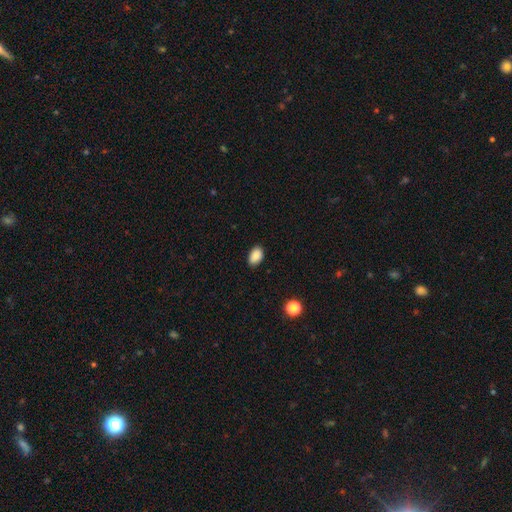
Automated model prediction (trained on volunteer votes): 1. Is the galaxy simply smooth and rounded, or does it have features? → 89% smooth, 8% star or artifact, 3% featured or disk.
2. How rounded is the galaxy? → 89% in between, 10% round, 1% cigar-shaped.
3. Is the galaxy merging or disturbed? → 87% none, 10% minor disturbance, 2% major disturbance, 1% merger.